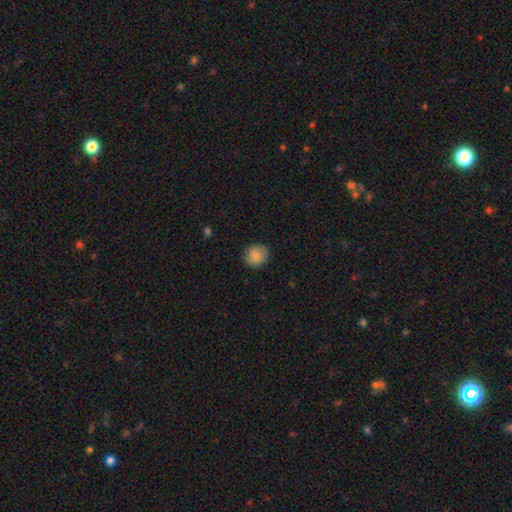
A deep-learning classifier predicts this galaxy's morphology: Smooth or featured?
  - smooth: 84% *
  - featured or disk: 9%
  - star or artifact: 8%
How rounded?
  - round: 83% *
  - in between: 16%
  - cigar-shaped: 1%
Merging?
  - none: 83% *
  - minor disturbance: 13%
  - major disturbance: 3%
  - merger: 1%